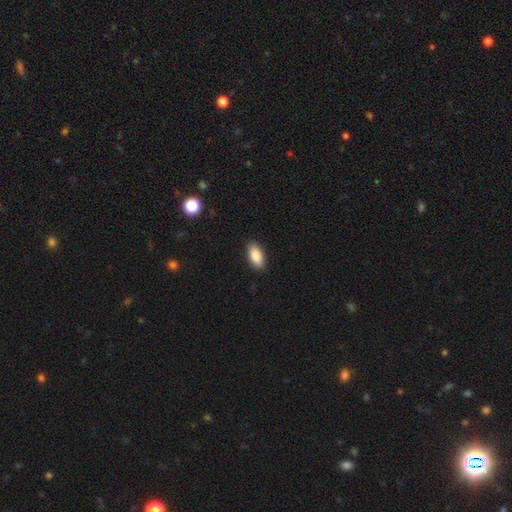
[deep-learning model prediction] Smooth or featured? smooth (87%)
How rounded? in between (91%)
Merging? none (89%)